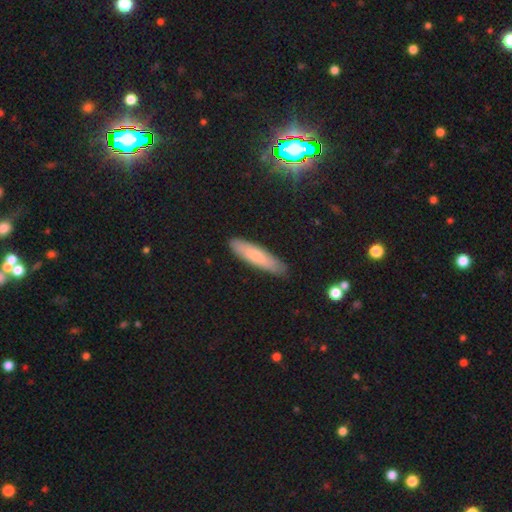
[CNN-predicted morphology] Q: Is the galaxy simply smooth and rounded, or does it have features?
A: smooth — 74%.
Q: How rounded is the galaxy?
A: cigar-shaped — 78%.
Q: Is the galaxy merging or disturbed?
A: none — 88%.